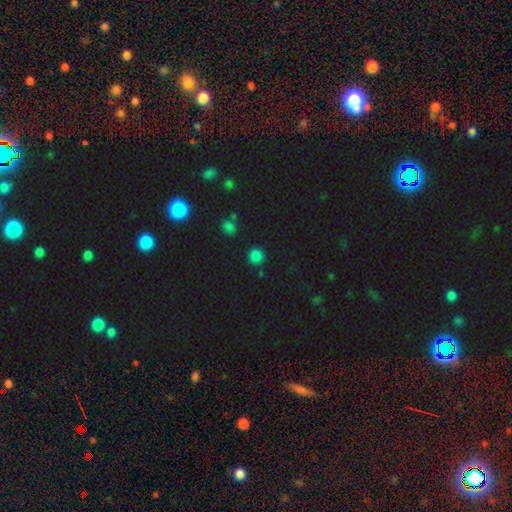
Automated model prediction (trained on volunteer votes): A smooth galaxy with no disk features (80%) that is round (93%). Merging: none (86%).